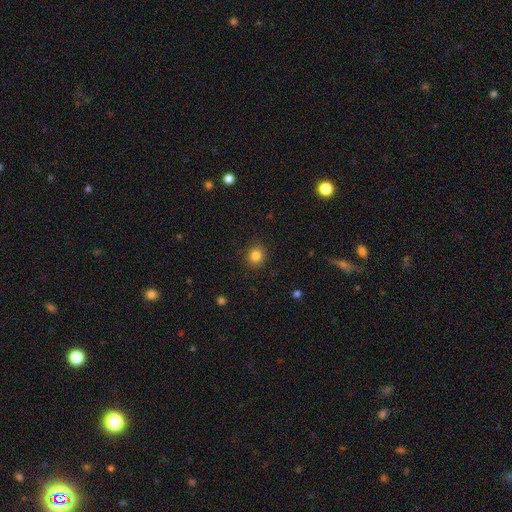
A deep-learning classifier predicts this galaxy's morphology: Smooth or featured? smooth (84%)
How rounded? round (87%)
Merging? none (90%)